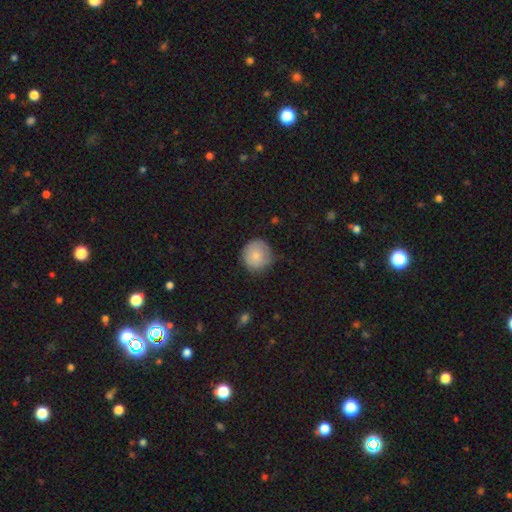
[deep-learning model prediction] This appears to be a smooth galaxy with no disk features (79%) that is round (92%). Merging: none (75%).